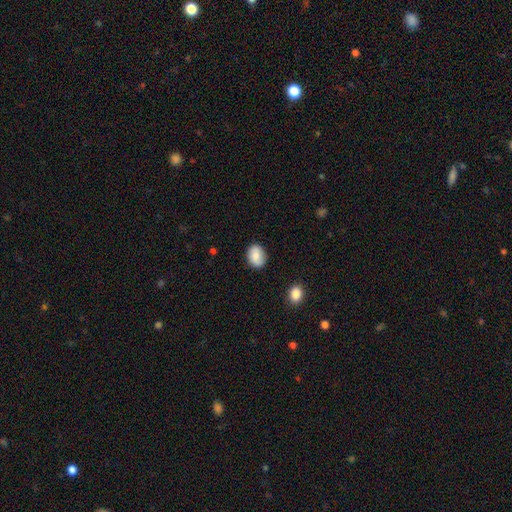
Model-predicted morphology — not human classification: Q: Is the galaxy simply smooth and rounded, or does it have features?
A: smooth — 82%.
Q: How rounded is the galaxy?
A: in between — 66%.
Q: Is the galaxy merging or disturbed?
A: none — 82%.